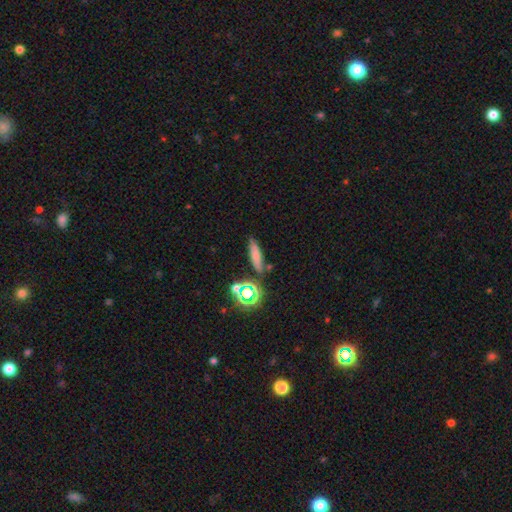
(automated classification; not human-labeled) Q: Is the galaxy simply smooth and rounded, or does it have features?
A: smooth — 62%.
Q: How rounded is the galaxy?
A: cigar-shaped — 64%.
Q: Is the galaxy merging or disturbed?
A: none — 77%.